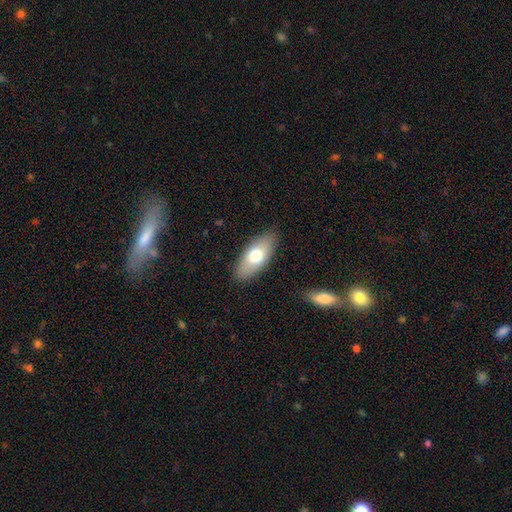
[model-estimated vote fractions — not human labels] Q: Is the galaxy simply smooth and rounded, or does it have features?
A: smooth — 71%.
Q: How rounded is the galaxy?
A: in between — 83%.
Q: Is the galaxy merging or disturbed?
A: none — 87%.